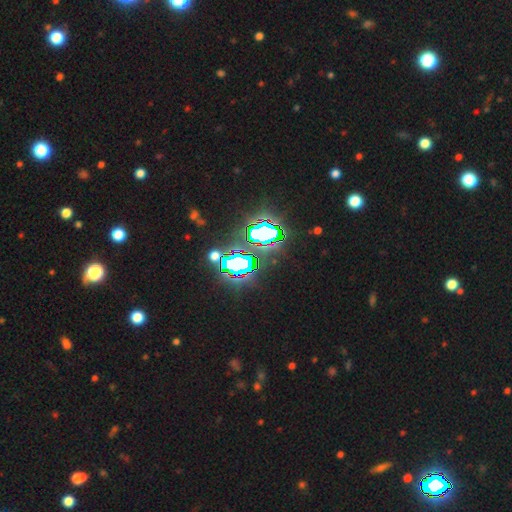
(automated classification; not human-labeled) Smooth or featured? Predicted: star or artifact (p=0.83).